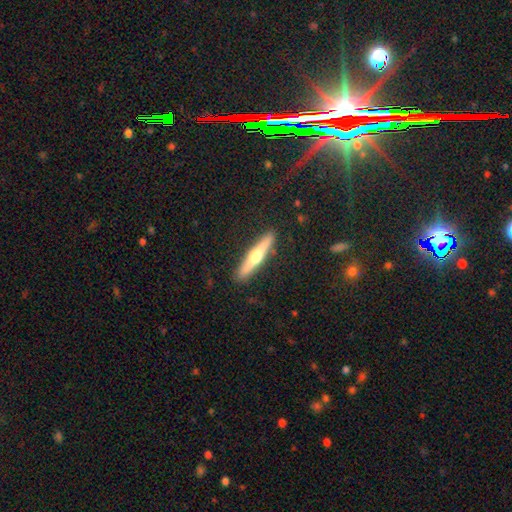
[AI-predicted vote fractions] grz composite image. It shows a featured or disk galaxy (61%) viewed edge-on (97%) with a rounded central bulge (93%). Merging: none (90%).